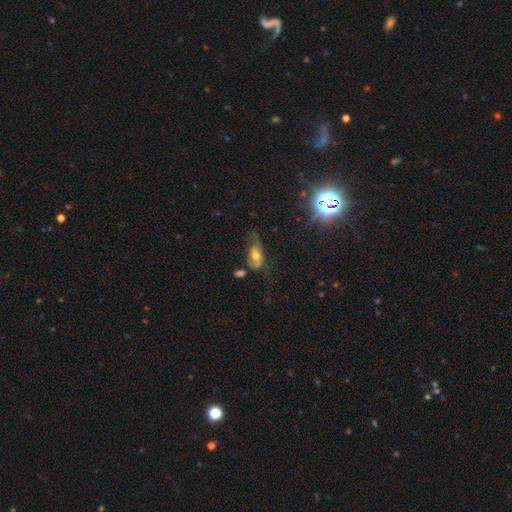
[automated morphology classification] Overall: smooth (45%; featured or disk 39%). Merging: none (35%; minor disturbance 31%).